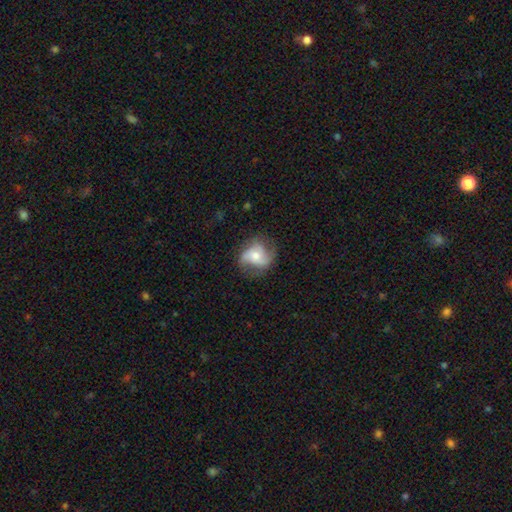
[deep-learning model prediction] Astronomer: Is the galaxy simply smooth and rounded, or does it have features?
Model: featured or disk — 67%.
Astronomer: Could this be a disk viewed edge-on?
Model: no — 97%.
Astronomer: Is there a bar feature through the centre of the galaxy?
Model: no — 67%.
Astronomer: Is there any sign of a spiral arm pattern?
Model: yes — 92%.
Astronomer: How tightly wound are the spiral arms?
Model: medium — 44% (runner-up: loose, 40%).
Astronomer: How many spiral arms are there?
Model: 3 — 39% (runner-up: 2, 36%).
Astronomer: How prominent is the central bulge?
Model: moderate — 52% (runner-up: small, 40%).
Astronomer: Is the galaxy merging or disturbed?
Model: none — 68%.